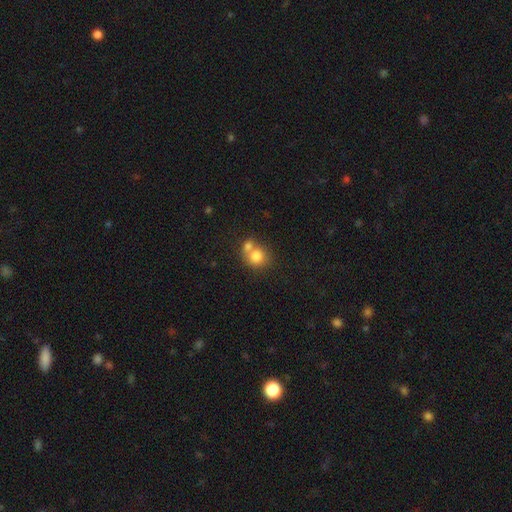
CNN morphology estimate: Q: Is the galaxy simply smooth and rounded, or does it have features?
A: smooth — 79%.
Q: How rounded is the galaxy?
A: round — 78%.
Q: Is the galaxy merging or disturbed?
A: merger — 52%.